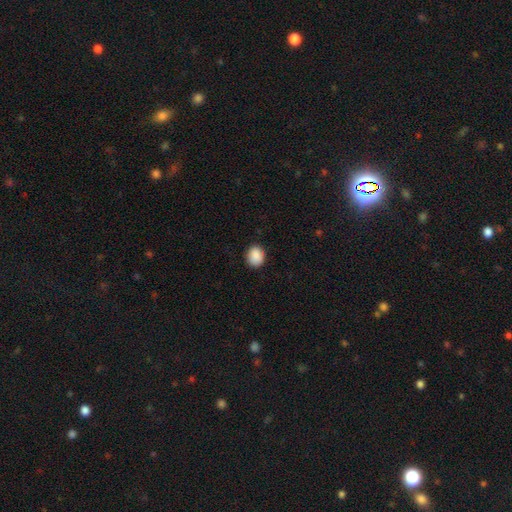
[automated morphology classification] This is clearly a smooth galaxy (90%). How rounded: possibly round (54%). Merging: clearly none (88%).